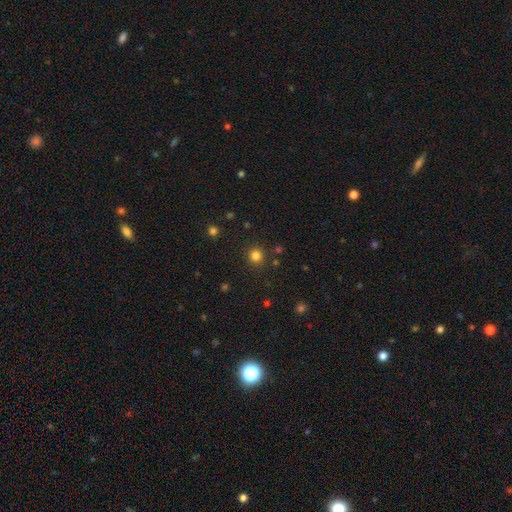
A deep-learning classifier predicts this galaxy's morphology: Smooth or featured?
  - smooth: 81% *
  - star or artifact: 15%
  - featured or disk: 4%
How rounded?
  - round: 91% *
  - in between: 8%
  - cigar-shaped: 1%
Merging?
  - none: 89% *
  - minor disturbance: 6%
  - major disturbance: 2%
  - merger: 2%